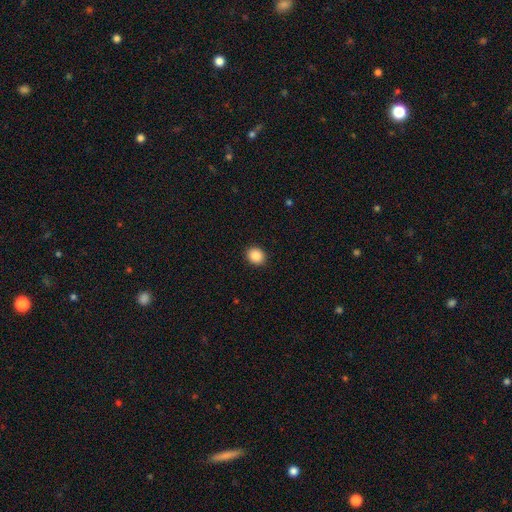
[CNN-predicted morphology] Smooth or featured?
  - smooth: 88% *
  - star or artifact: 9%
  - featured or disk: 3%
How rounded?
  - round: 77% *
  - in between: 22%
  - cigar-shaped: 1%
Merging?
  - none: 92% *
  - minor disturbance: 5%
  - major disturbance: 2%
  - merger: 1%